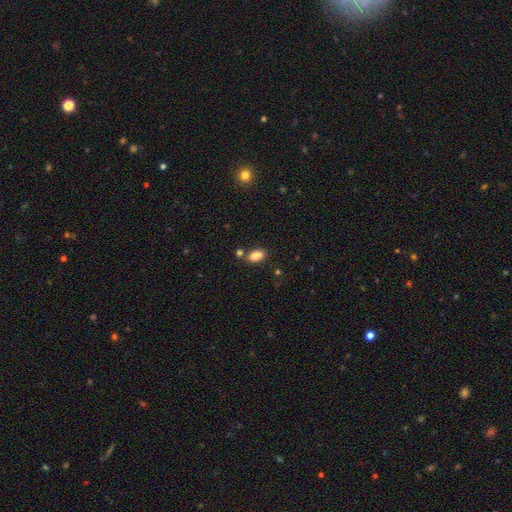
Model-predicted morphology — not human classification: Overall: smooth (86%). How rounded: in between (88%). Merging: none (70%).